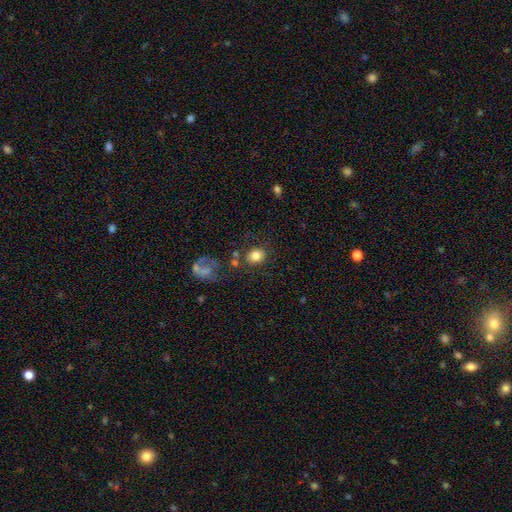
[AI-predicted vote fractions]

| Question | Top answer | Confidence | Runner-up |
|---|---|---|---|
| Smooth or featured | smooth | 79% | featured or disk (11%) |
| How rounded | round | 69% | in between (31%) |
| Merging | none | 71% | minor disturbance (13%) |